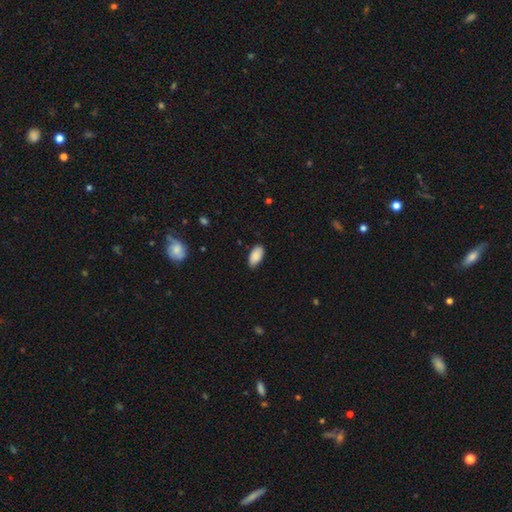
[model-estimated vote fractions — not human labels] Smooth or featured?
  - smooth: 89% *
  - star or artifact: 7%
  - featured or disk: 4%
How rounded?
  - in between: 95% *
  - cigar-shaped: 3%
  - round: 3%
Merging?
  - none: 81% *
  - minor disturbance: 15%
  - major disturbance: 2%
  - merger: 1%